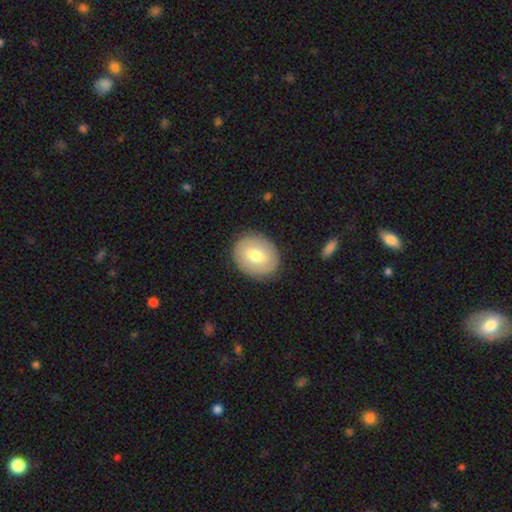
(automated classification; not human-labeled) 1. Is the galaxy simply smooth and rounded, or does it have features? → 61% smooth, 32% featured or disk, 6% star or artifact.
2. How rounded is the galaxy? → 56% round, 43% in between, 1% cigar-shaped.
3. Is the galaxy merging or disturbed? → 87% none, 9% minor disturbance, 3% major disturbance, 1% merger.